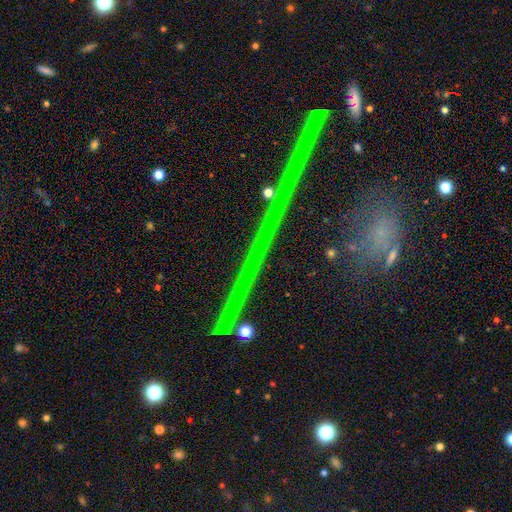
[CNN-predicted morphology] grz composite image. It shows a star or artifact, not a galaxy (68%).